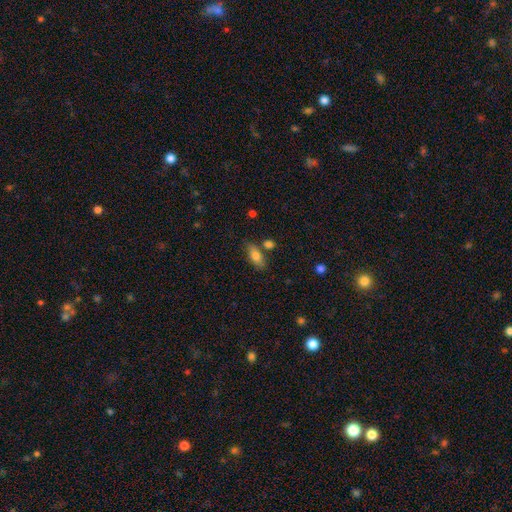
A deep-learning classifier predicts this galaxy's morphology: type=smooth (78%); roundness=in between (81%); merging=none (70%).